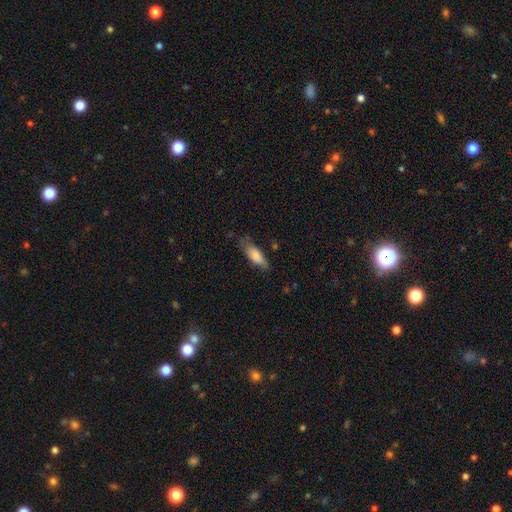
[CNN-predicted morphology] The model was most divided on "how rounded": in between: 60%, cigar-shaped: 39%, round: 2%. More confident: smooth or featured — smooth (79%); merging — none (65%).